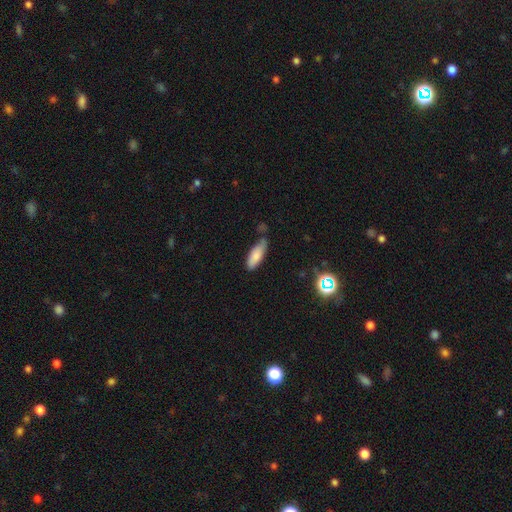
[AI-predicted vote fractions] Smooth or featured? Predicted: smooth (p=0.81). How rounded? Predicted: in between (p=0.68). Merging? Predicted: none (p=0.59).